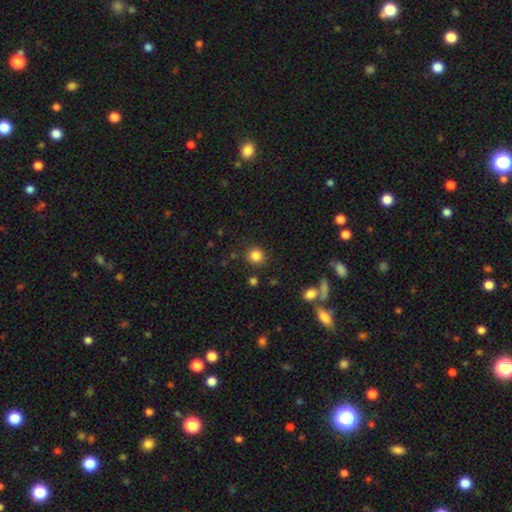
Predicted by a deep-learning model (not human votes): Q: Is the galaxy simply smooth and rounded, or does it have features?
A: smooth — 84%.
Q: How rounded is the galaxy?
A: round — 89%.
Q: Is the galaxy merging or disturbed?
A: none — 87%.